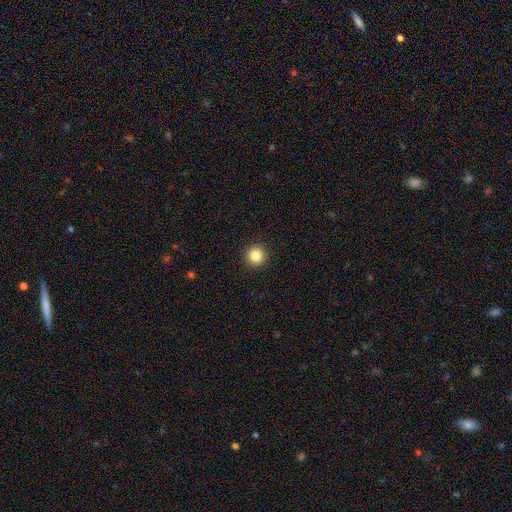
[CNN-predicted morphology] Q: Smooth or featured?
A: smooth (84%); runner-up: star or artifact (11%)
Q: How rounded?
A: round (96%); runner-up: in between (3%)
Q: Merging?
A: none (93%); runner-up: minor disturbance (4%)